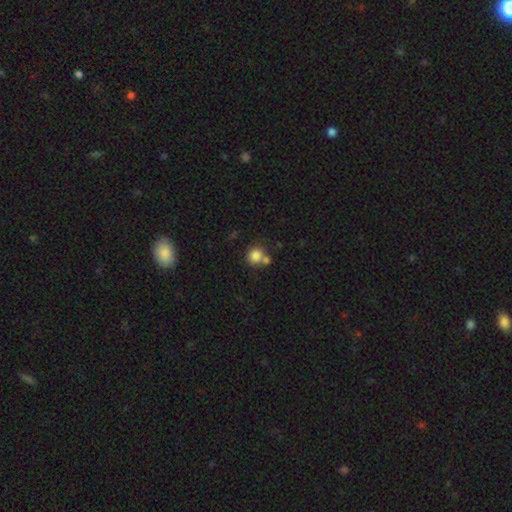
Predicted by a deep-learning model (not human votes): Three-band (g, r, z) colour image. It shows a smooth galaxy with no disk features (83%) that is round (86%). Merging: none (58%).